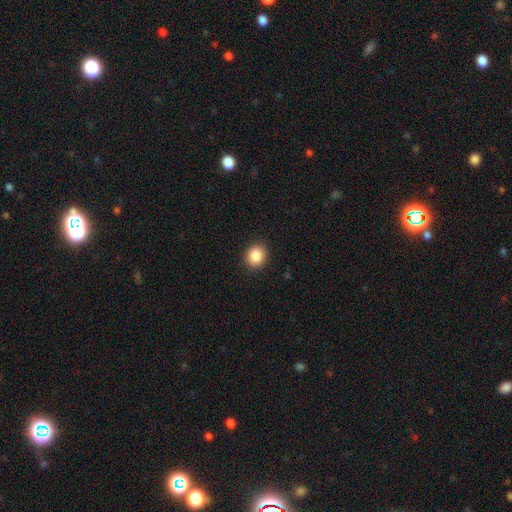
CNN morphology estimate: smooth 87%, star or artifact 9%, featured or disk 4%. Down the decision tree: how rounded — round (79%); merging — none (91%).